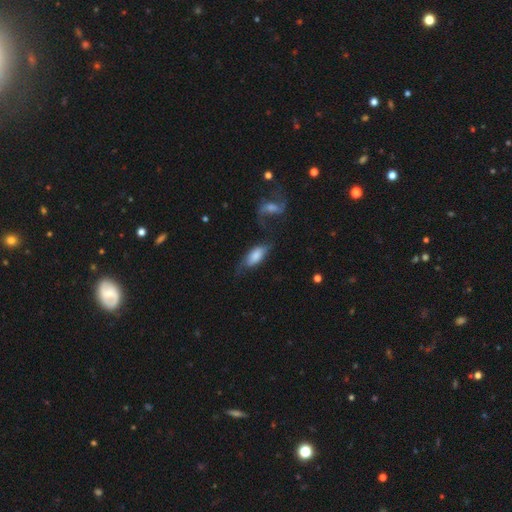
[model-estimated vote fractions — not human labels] Smooth or featured: smooth — 65% (featured or disk — 28%)
How rounded: in between — 81% (cigar-shaped — 16%)
Merging: none — 45% (minor disturbance — 27%)